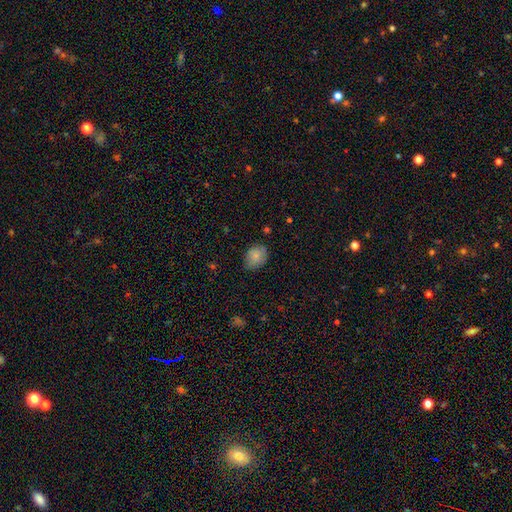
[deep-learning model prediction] A smooth galaxy with no disk features (79%) that is in between round and cigar-shaped (61%). Merging: none (70%).